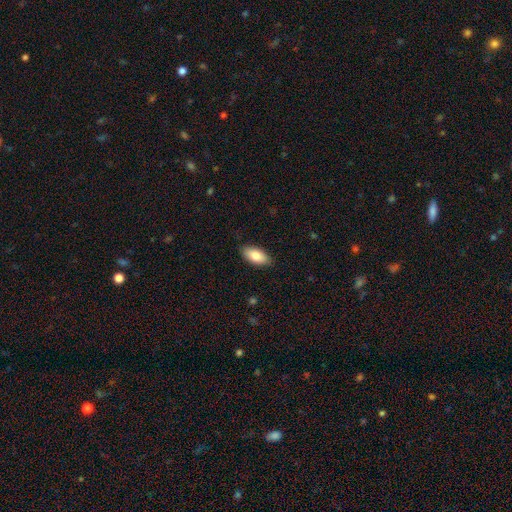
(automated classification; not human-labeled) smooth 83%, featured or disk 11%, star or artifact 6%. Down the decision tree: how rounded — in between (90%); merging — none (87%).